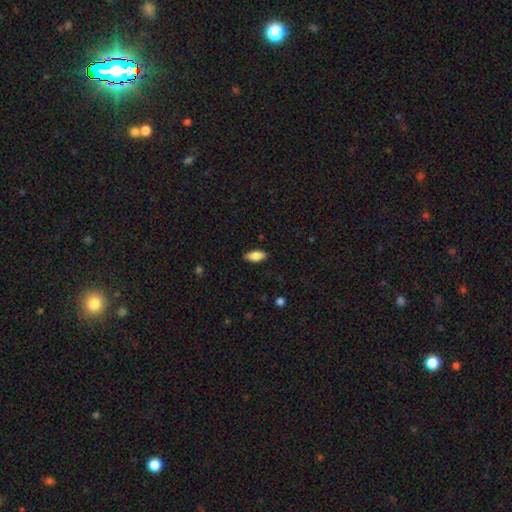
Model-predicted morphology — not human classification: Smooth or featured: smooth — 83% (featured or disk — 10%)
How rounded: in between — 86% (cigar-shaped — 11%)
Merging: none — 87% (minor disturbance — 10%)